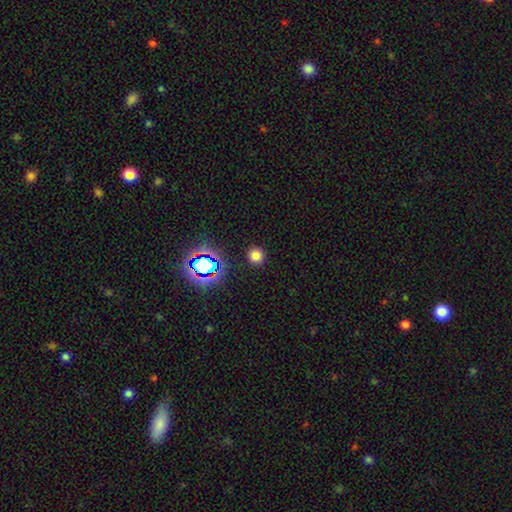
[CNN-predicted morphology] smooth-or-featured: smooth: 74% | star or artifact: 21% | featured or disk: 5%
  how-rounded: round: 90% | in between: 9% | cigar-shaped: 1%
  merging: none: 89% | minor disturbance: 7% | major disturbance: 3% | merger: 2%